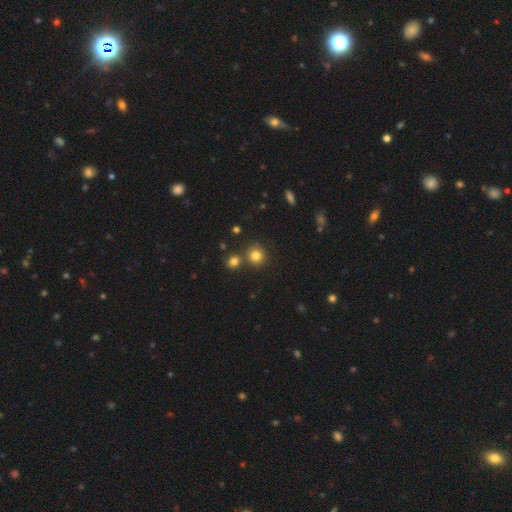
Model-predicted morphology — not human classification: Smooth or featured: smooth — 80% (star or artifact — 13%)
How rounded: round — 90% (in between — 9%)
Merging: none — 74% (merger — 15%)